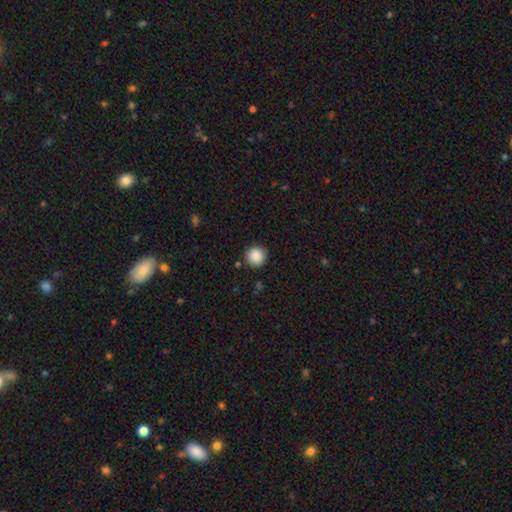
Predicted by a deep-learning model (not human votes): This appears to be a smooth galaxy with no disk features (88%) that is round (94%). Merging: none (89%).